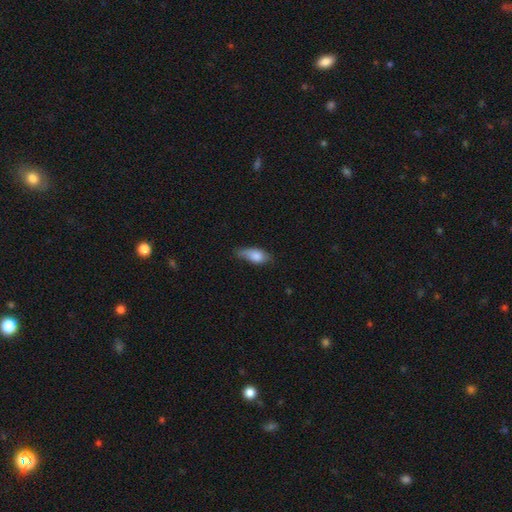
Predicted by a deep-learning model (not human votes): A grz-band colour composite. It shows a smooth galaxy with no disk features (78%) that is in between round and cigar-shaped (82%). Merging: none (43%).